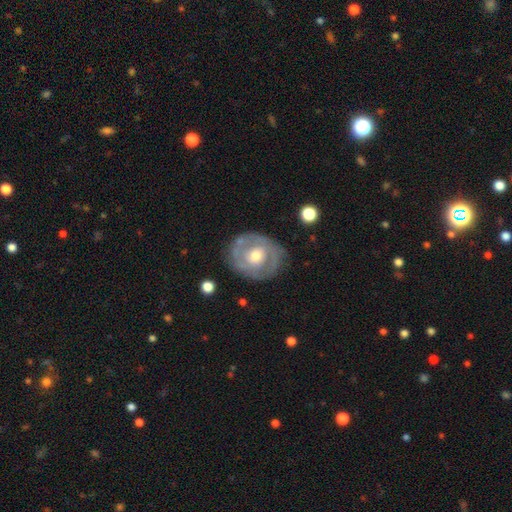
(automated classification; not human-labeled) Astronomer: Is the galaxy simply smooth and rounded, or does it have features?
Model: featured or disk — 72%.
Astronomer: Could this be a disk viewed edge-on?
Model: no — 97%.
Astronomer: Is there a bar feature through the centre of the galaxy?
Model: no — 74%.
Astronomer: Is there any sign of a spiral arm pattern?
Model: yes — 61% (runner-up: no, 39%).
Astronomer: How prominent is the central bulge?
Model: moderate — 69%.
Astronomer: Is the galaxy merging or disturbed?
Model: none — 76%.